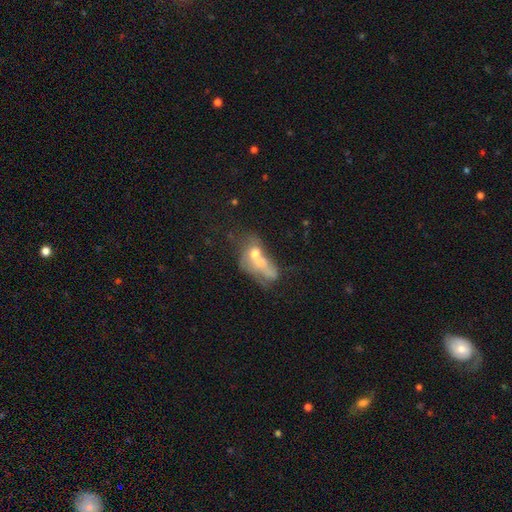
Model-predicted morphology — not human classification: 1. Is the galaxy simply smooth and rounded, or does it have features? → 44% featured or disk, 42% smooth, 14% star or artifact.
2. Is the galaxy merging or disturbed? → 50% merger, 24% major disturbance, 16% none, 10% minor disturbance.